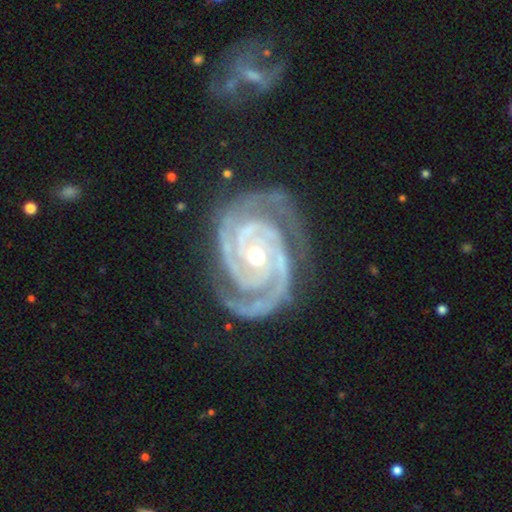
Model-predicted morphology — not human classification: A featured or disk galaxy (94%) with no bar (63%), 2 (60%) tight (79%) spiral arms (99%) and a moderate central bulge (66%).

Vote fractions:
- Smooth or featured? featured or disk: 94% / star or artifact: 4% / smooth: 2%
- Edge-on disk? no: 98% / yes: 2%
- Bar? no: 63% / weak: 23% / strong: 15%
- Spiral arms? yes: 99% / no: 1%
- Spiral winding? tight: 79% / medium: 19% / loose: 2%
- Spiral arm count? 2: 60% / 3: 25% / can't tell: 4% / 4: 4% / more than 4: 3% / 1: 3%
- Bulge size? moderate: 66% / small: 29% / large: 3% / none: 1% / dominant: 1%
- Merging? none: 74% / minor disturbance: 18% / major disturbance: 6% / merger: 2%